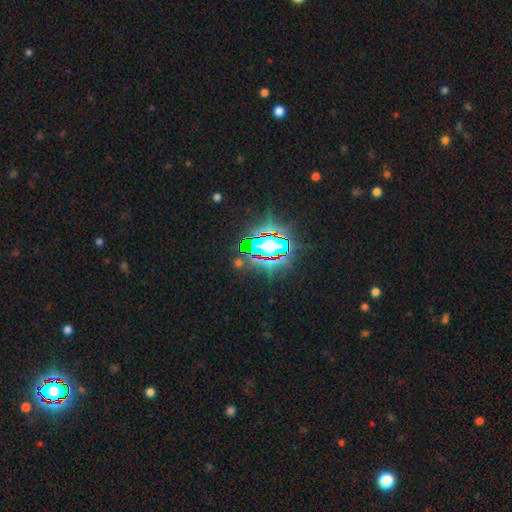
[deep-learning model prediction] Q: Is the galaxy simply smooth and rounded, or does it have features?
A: star or artifact — 81%.